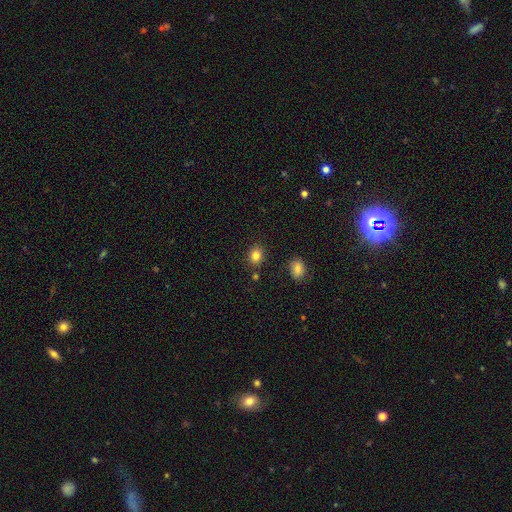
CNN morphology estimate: A smooth galaxy with no disk features (83%) that is round (55%). Merging: none (84%).